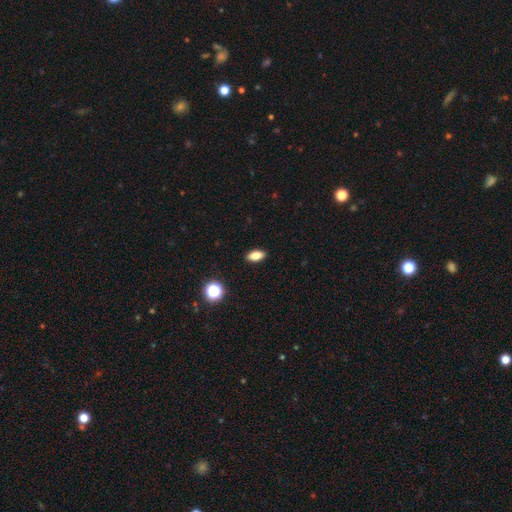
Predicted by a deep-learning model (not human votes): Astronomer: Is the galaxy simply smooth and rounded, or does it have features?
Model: smooth — 81%.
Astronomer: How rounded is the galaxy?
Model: in between — 87%.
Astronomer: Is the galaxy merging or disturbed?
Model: none — 90%.